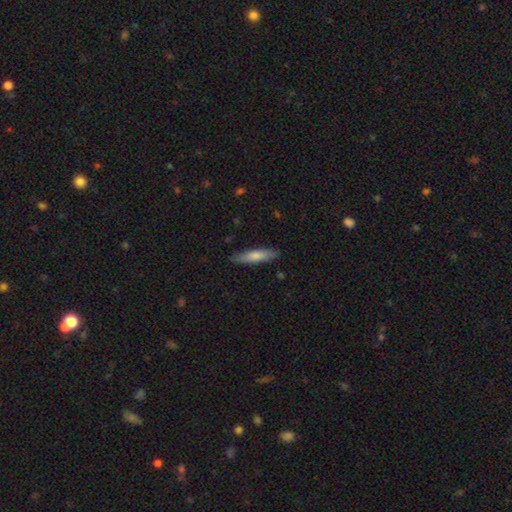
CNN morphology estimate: This appears to be a smooth galaxy with no disk features (76%) that is cigar-shaped (77%). Merging: none (86%).